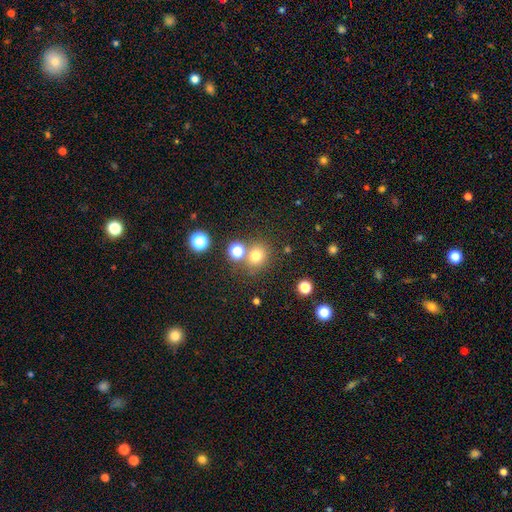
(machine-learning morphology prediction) Smooth or featured?
  - smooth: 73% *
  - star or artifact: 19%
  - featured or disk: 8%
How rounded?
  - round: 81% *
  - in between: 18%
  - cigar-shaped: 1%
Merging?
  - none: 72% *
  - merger: 15%
  - minor disturbance: 9%
  - major disturbance: 4%